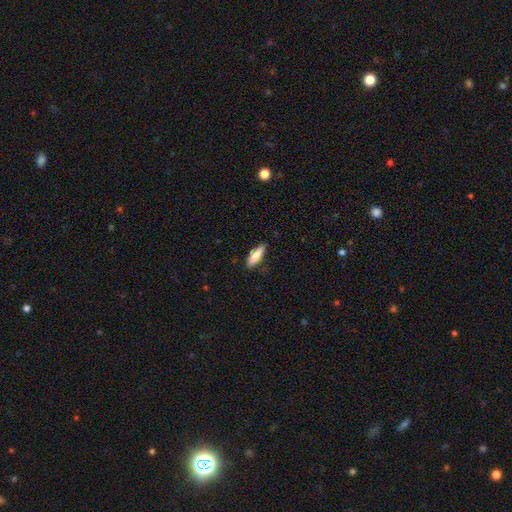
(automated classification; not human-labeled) A smooth galaxy with no disk features (77%) that is cigar-shaped (51%).

Vote fractions:
- Smooth or featured? smooth: 77% / featured or disk: 17% / star or artifact: 6%
- How rounded? cigar-shaped: 51% / in between: 47% / round: 2%
- Merging? none: 83% / minor disturbance: 13% / major disturbance: 2% / merger: 1%